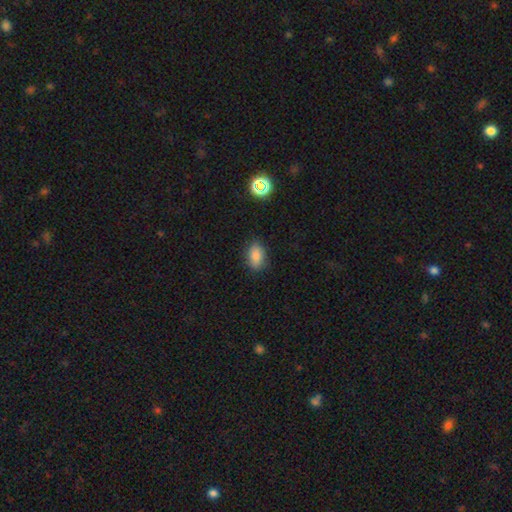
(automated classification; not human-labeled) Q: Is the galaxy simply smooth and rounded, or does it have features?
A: smooth — 82%.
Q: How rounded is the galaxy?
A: in between — 85%.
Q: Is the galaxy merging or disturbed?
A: none — 81%.